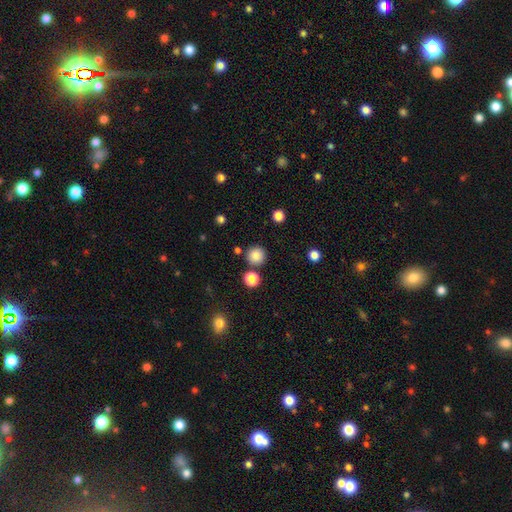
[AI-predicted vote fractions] Overall: smooth (84%). How rounded: round (95%). Merging: none (85%).